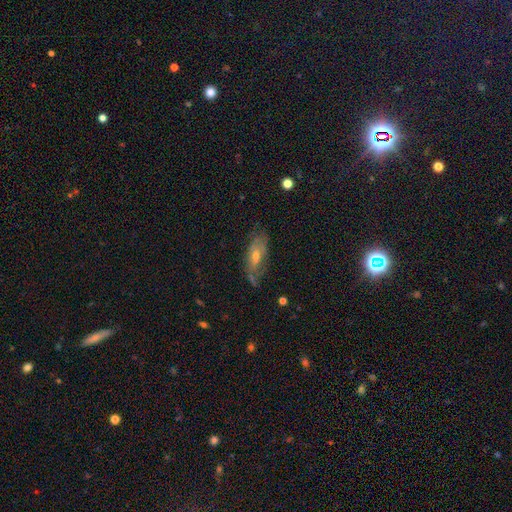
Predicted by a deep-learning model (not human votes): Smooth or featured: featured or disk — 60% (smooth — 32%)
Edge-on disk: no — 79% (yes — 21%)
Merging: none — 56% (minor disturbance — 27%)